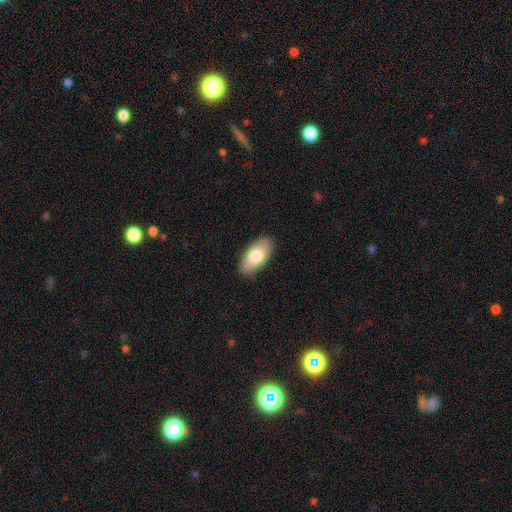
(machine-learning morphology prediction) smooth 77%, featured or disk 17%, star or artifact 6%. Down the decision tree: how rounded — in between (93%); merging — none (88%).